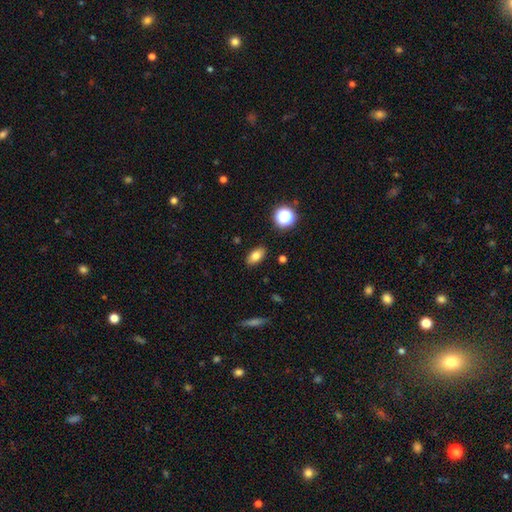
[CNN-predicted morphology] smooth-or-featured: smooth: 79% | star or artifact: 11% | featured or disk: 9%
  how-rounded: in between: 87% | round: 9% | cigar-shaped: 5%
  merging: none: 88% | minor disturbance: 8% | major disturbance: 2% | merger: 2%